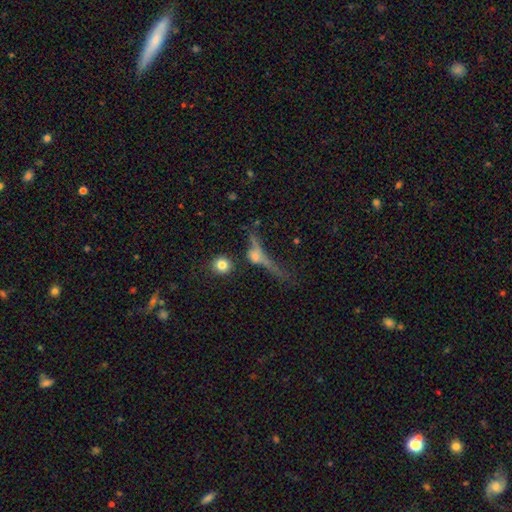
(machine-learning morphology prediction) This is marginally a featured or disk galaxy (44%). Merging: marginally none (41%).